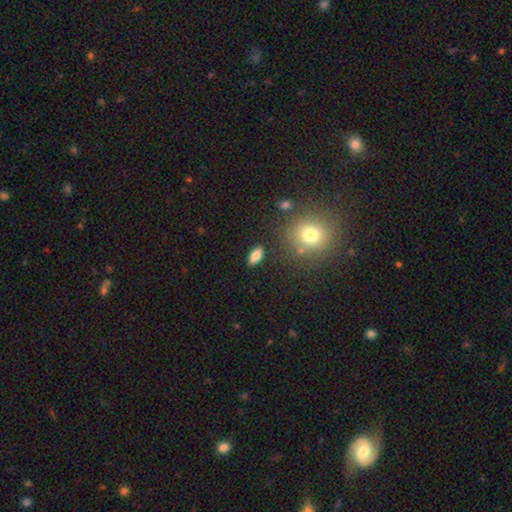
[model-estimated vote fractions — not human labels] Q: Smooth or featured?
A: smooth (82%); runner-up: featured or disk (9%)
Q: How rounded?
A: in between (84%); runner-up: cigar-shaped (11%)
Q: Merging?
A: none (87%); runner-up: minor disturbance (9%)